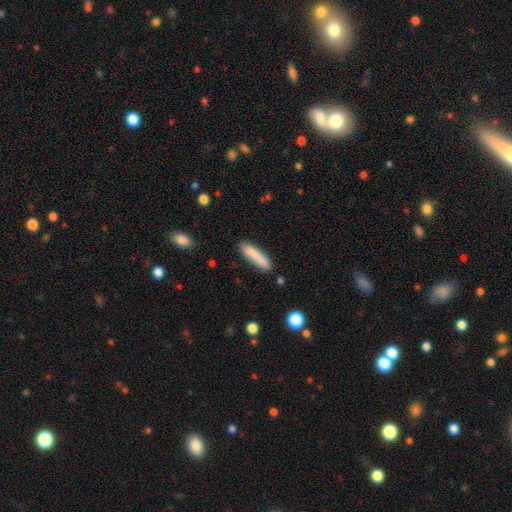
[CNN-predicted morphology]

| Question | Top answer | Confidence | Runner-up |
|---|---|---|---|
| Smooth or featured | smooth | 82% | featured or disk (11%) |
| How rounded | cigar-shaped | 80% | in between (19%) |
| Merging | none | 81% | minor disturbance (13%) |